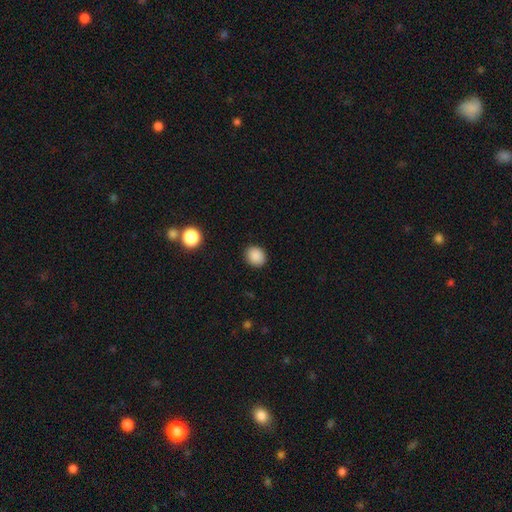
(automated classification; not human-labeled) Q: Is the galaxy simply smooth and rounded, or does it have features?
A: smooth — 88%.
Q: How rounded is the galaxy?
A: round — 72%.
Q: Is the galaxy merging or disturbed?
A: none — 90%.